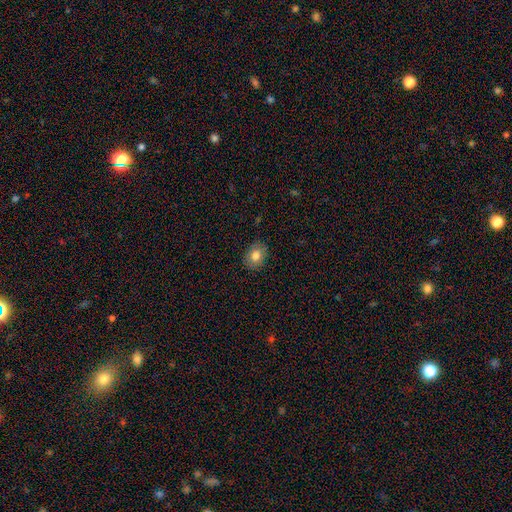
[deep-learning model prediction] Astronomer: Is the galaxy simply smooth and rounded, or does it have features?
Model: smooth — 81%.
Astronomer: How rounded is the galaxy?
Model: in between — 51% (runner-up: round, 48%).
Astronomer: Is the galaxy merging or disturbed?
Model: none — 86%.